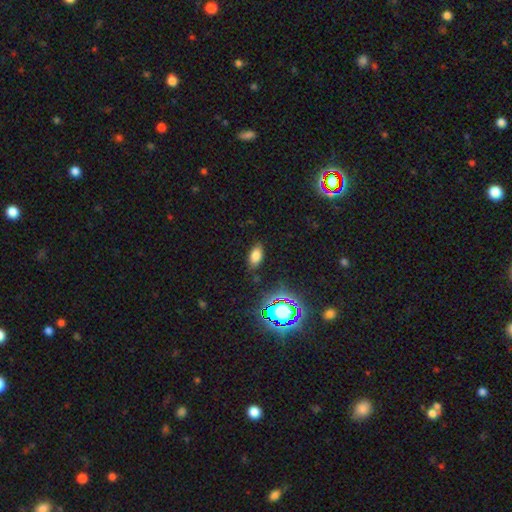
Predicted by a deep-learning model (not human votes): Smooth or featured?
  - smooth: 74% *
  - star or artifact: 18%
  - featured or disk: 8%
How rounded?
  - in between: 91% *
  - round: 5%
  - cigar-shaped: 4%
Merging?
  - none: 83% *
  - minor disturbance: 12%
  - major disturbance: 3%
  - merger: 2%